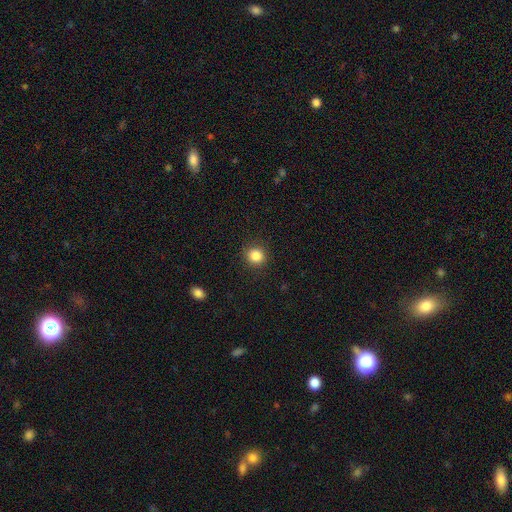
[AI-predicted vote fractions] A smooth galaxy with no disk features (85%) that is round (88%). Merging: none (90%).